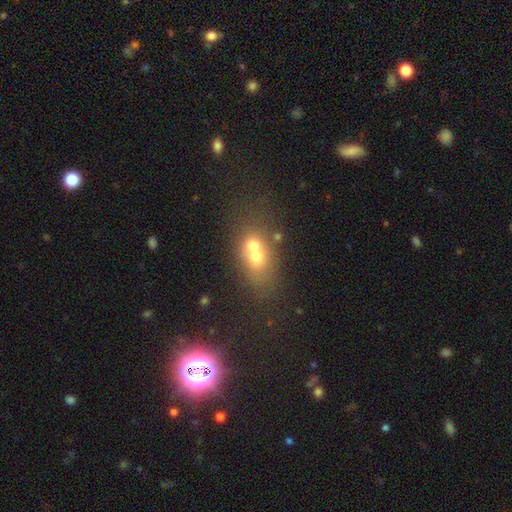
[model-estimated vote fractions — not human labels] A smooth galaxy with no disk features (55%) that is in between round and cigar-shaped (59%).

Vote fractions:
- Smooth or featured? smooth: 55% / featured or disk: 29% / star or artifact: 16%
- How rounded? in between: 59% / round: 36% / cigar-shaped: 5%
- Merging? merger: 61% / none: 26% / minor disturbance: 8% / major disturbance: 5%